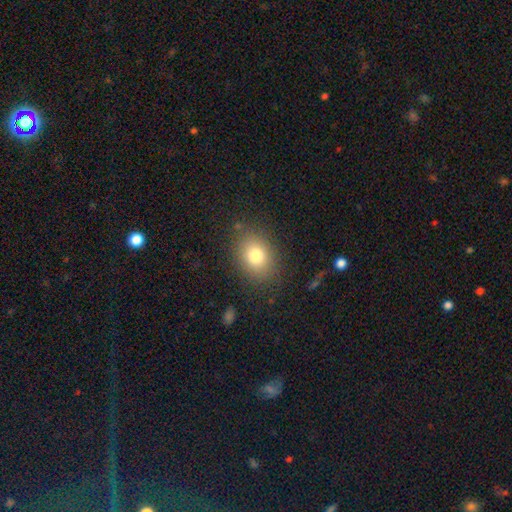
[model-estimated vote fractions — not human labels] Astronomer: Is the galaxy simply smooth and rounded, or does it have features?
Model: smooth — 78%.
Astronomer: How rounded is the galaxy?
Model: in between — 57% (runner-up: round, 41%).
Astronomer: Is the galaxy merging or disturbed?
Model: none — 83%.